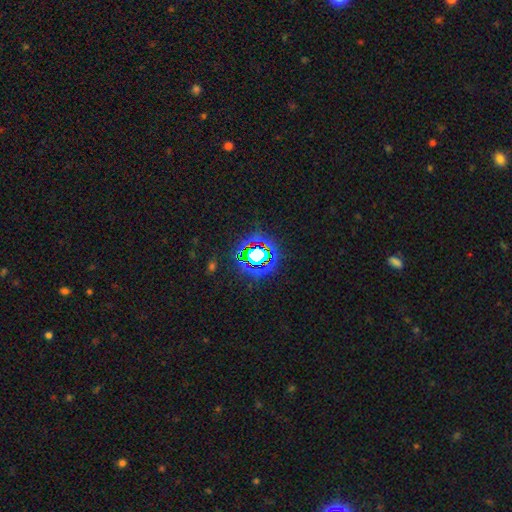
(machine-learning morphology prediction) Overall: star or artifact (70%).